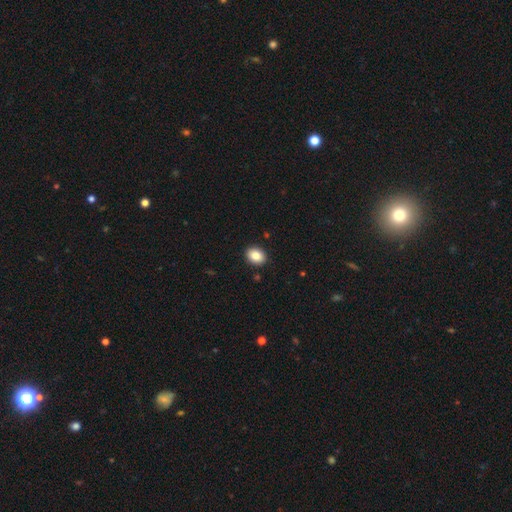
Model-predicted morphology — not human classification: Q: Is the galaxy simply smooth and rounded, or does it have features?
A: smooth — 86%.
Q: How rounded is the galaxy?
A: in between — 62%.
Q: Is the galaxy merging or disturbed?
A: none — 91%.